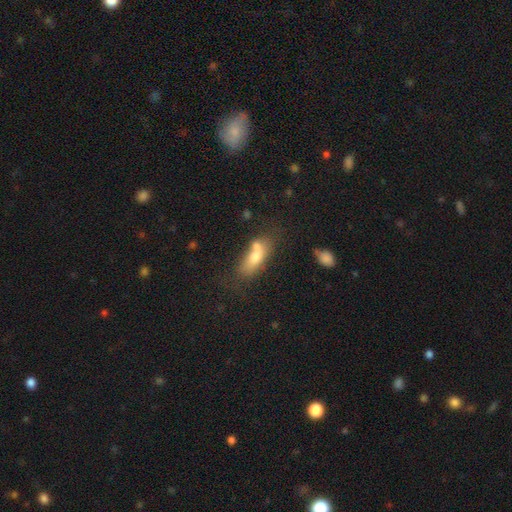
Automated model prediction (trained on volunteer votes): Smooth or featured? Predicted: smooth (p=0.65). How rounded? Predicted: in between (p=0.71). Merging? Predicted: none (p=0.40).